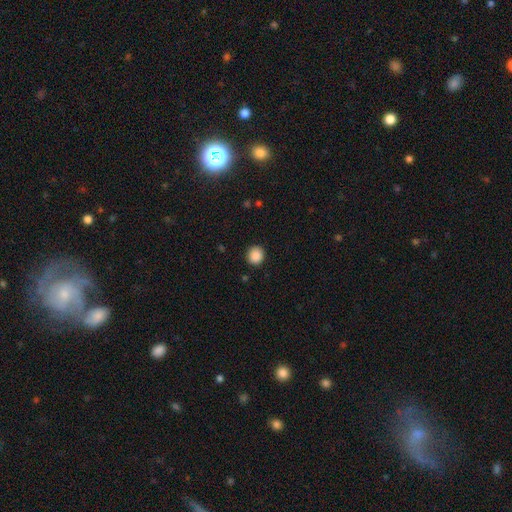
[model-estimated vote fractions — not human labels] Q: Smooth or featured?
A: smooth (88%); runner-up: star or artifact (9%)
Q: How rounded?
A: round (91%); runner-up: in between (8%)
Q: Merging?
A: none (91%); runner-up: minor disturbance (6%)